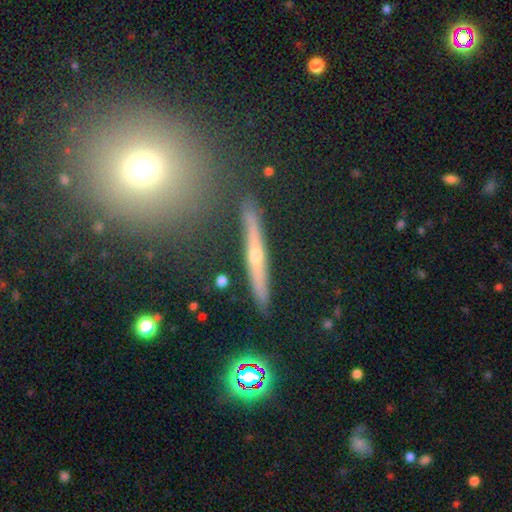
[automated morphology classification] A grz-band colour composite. It shows a featured or disk galaxy (61%) viewed edge-on (94%) with a rounded central bulge (80%). Merging: none (87%).